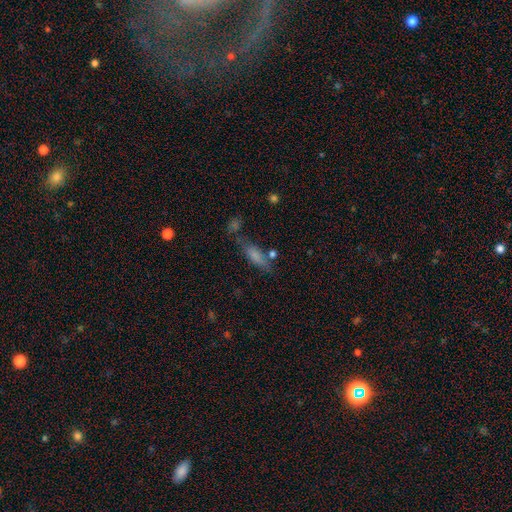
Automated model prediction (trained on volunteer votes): The model was most divided on "how rounded": in between: 51%, cigar-shaped: 45%, round: 3%. More confident: smooth or featured — smooth (72%); merging — none (56%).